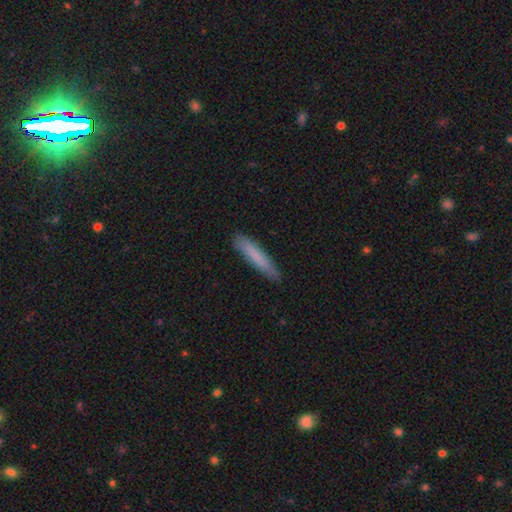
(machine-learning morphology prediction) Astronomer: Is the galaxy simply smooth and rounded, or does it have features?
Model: smooth — 80%.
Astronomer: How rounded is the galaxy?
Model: cigar-shaped — 92%.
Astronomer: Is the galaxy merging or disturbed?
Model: none — 87%.